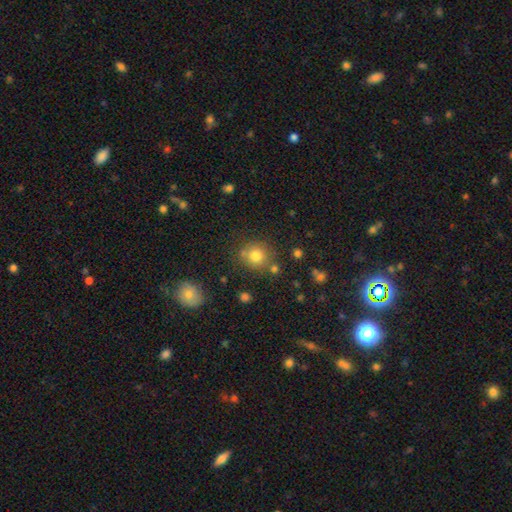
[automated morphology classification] type=smooth (79%); roundness=round (85%); merging=none (72%).